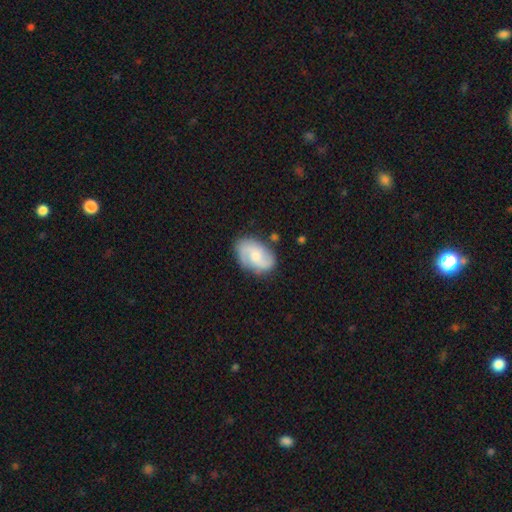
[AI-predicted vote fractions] Smooth or featured: featured or disk — 69% (smooth — 24%)
Edge-on disk: no — 97% (yes — 3%)
Bar: no — 52% (weak — 41%)
Spiral arms: yes — 94% (no — 6%)
Spiral winding: medium — 47% (loose — 34%)
Spiral arm count: 2 — 80% (can't tell — 7%)
Bulge size: moderate — 42% (small — 37%)
Merging: none — 77% (minor disturbance — 16%)